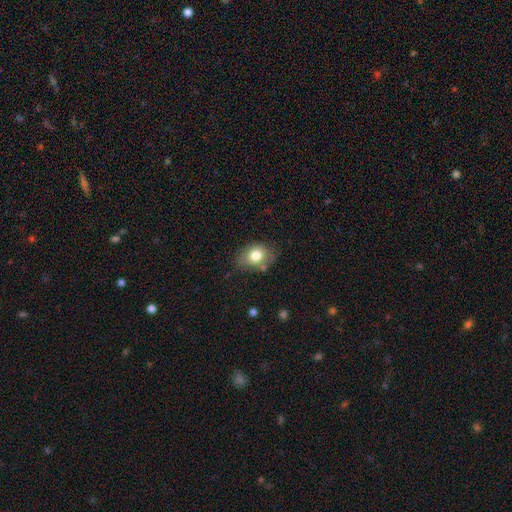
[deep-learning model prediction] A smooth galaxy with no disk features (77%) that is in between round and cigar-shaped (66%).

Vote fractions:
- Smooth or featured? smooth: 77% / featured or disk: 14% / star or artifact: 9%
- How rounded? in between: 66% / round: 33% / cigar-shaped: 1%
- Merging? none: 69% / minor disturbance: 22% / major disturbance: 5% / merger: 4%